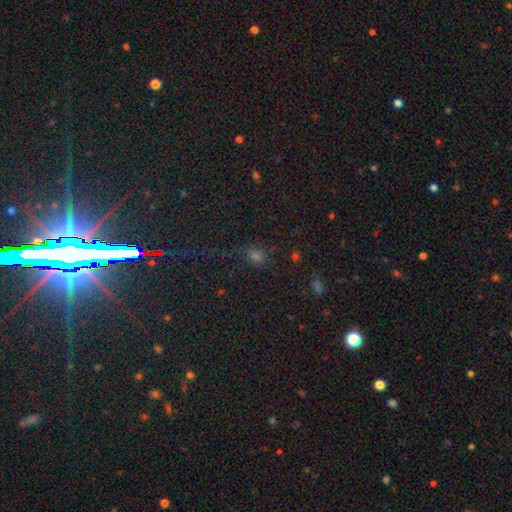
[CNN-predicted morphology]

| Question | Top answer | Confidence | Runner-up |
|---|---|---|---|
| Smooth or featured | smooth | 57% | star or artifact (37%) |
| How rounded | round | 68% | in between (31%) |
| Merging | none | 77% | minor disturbance (14%) |